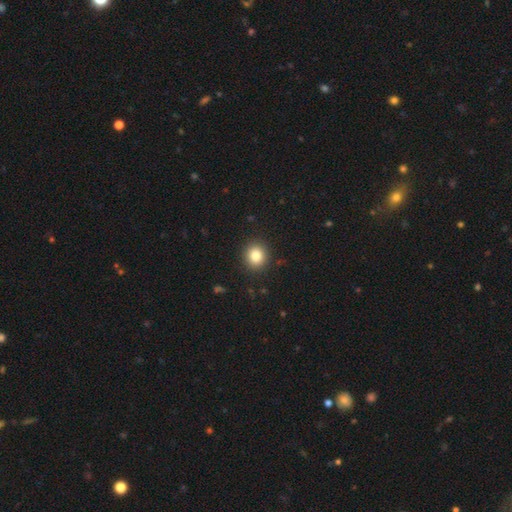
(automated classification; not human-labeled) This appears to be a smooth galaxy with no disk features (83%) that is round (85%). Merging: none (91%).